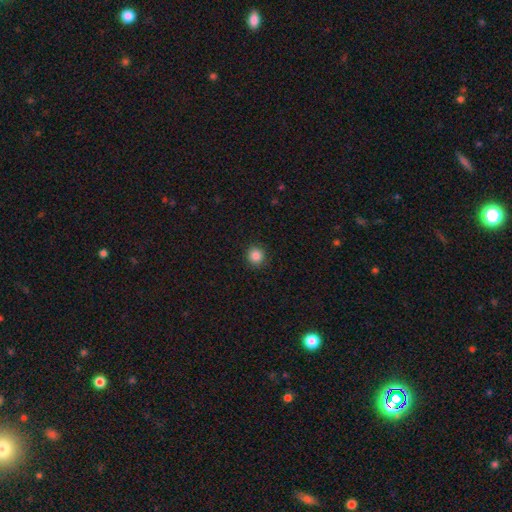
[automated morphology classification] This appears to be a smooth galaxy with no disk features (86%) that is round (92%). Merging: none (91%).